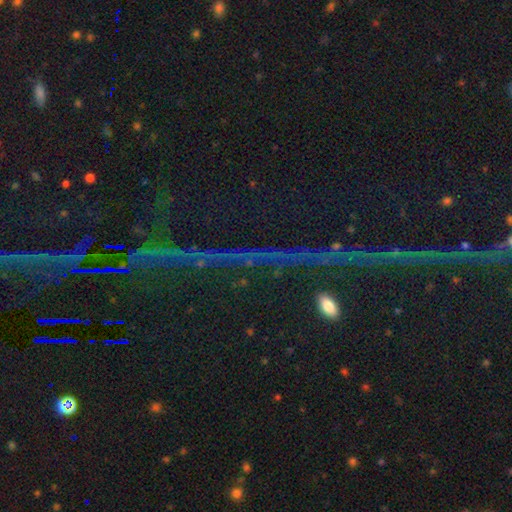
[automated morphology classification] Smooth or featured: star or artifact — 87% (featured or disk — 7%)